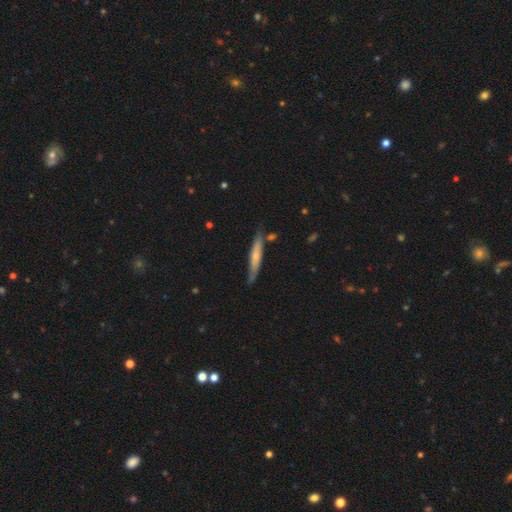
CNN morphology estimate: A smooth galaxy with no disk features (52%) that is cigar-shaped (92%).

Vote fractions:
- Smooth or featured? smooth: 52% / featured or disk: 42% / star or artifact: 5%
- How rounded? cigar-shaped: 92% / in between: 6% / round: 1%
- Merging? none: 78% / minor disturbance: 16% / merger: 4% / major disturbance: 3%